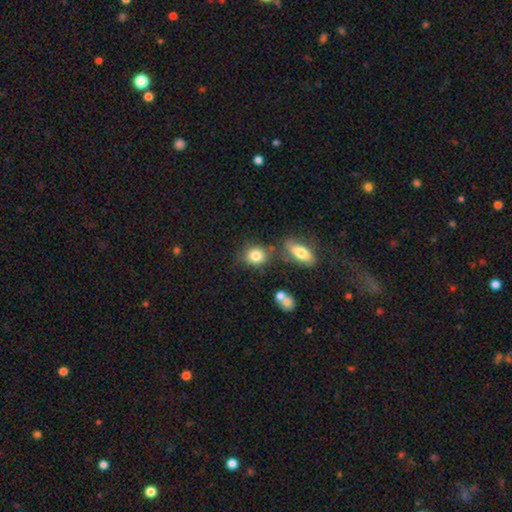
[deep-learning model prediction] Overall: smooth (82%). How rounded: round (62%; in between 36%). Merging: none (68%).